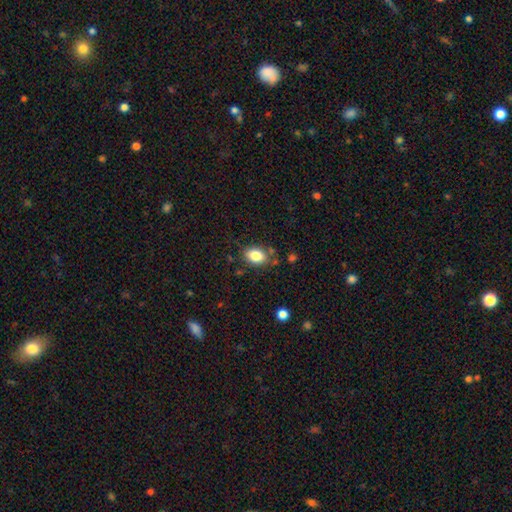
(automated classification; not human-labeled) This appears to be a smooth galaxy with no disk features (83%) that is in between round and cigar-shaped (77%). Merging: none (77%).